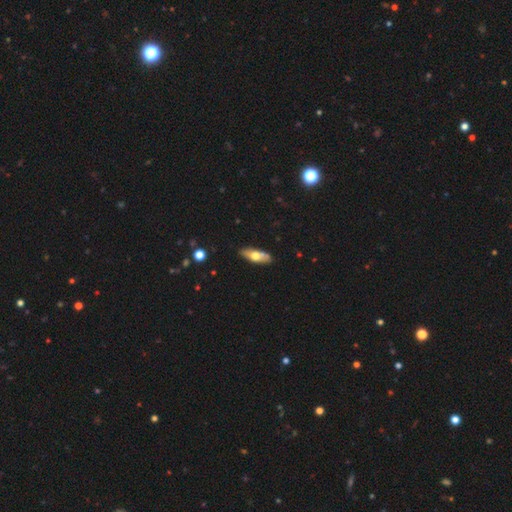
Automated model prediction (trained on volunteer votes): This appears to be a smooth galaxy with no disk features (54%) that is in between round and cigar-shaped (63%). Merging: none (82%).